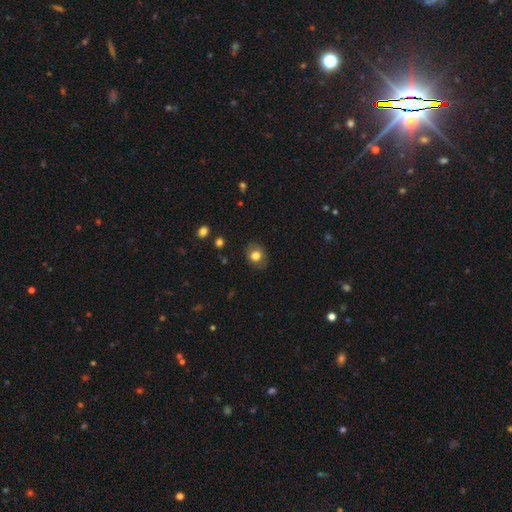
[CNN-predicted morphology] The model was most divided on "how rounded": round: 59%, in between: 40%, cigar-shaped: 1%. More confident: merging — none (83%); smooth or featured — smooth (76%).